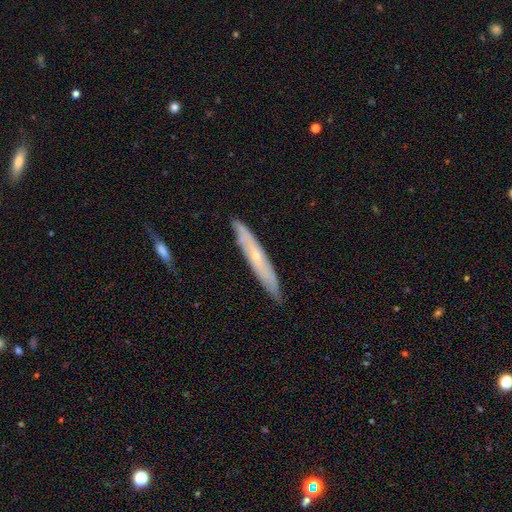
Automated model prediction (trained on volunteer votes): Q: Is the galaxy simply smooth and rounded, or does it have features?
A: featured or disk — 60%.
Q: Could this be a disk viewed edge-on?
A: yes — 65%.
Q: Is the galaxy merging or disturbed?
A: none — 83%.